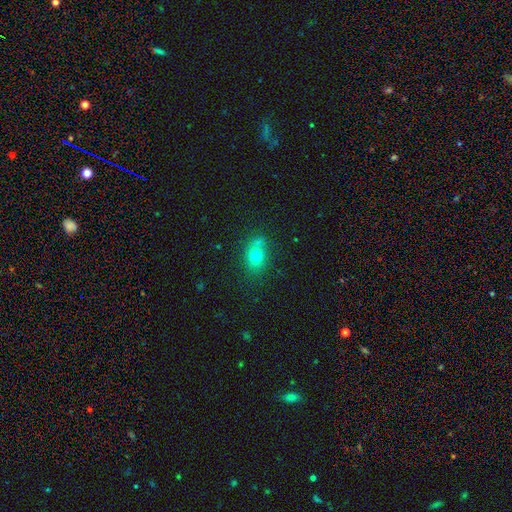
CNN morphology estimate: smooth_or_featured: smooth (p=0.75) [alt: star or artifact p=0.13]
how_rounded: in between (p=0.64) [alt: round p=0.34]
merging: none (p=0.63) [alt: minor disturbance p=0.17]